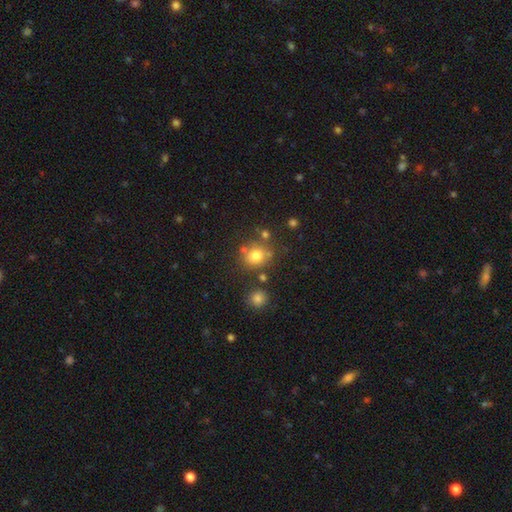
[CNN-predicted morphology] smooth-or-featured: smooth: 75% | star or artifact: 15% | featured or disk: 10%
  how-rounded: round: 79% | in between: 20% | cigar-shaped: 1%
  merging: none: 70% | minor disturbance: 13% | merger: 12% | major disturbance: 5%